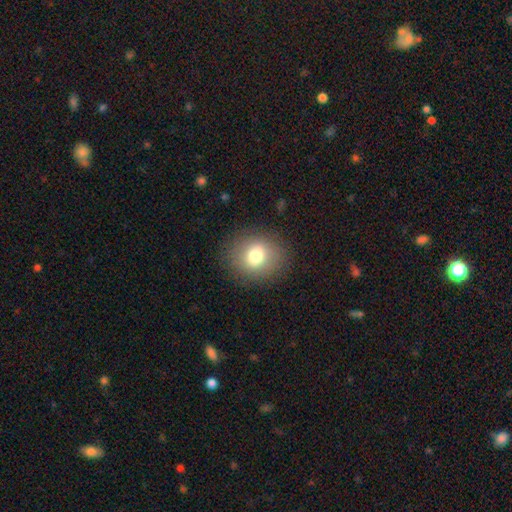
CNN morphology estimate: This appears to be a smooth galaxy with no disk features (76%) that is round (72%). Merging: none (86%).